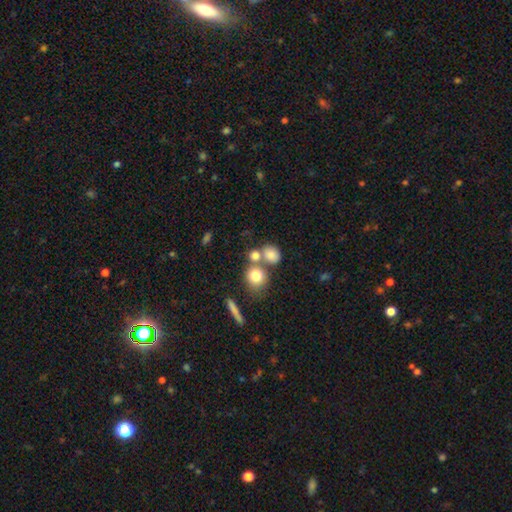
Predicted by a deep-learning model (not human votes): smooth_or_featured: smooth (p=0.78) [alt: star or artifact p=0.12]
how_rounded: round (p=0.75) [alt: in between p=0.23]
merging: none (p=0.44) [alt: merger p=0.42]